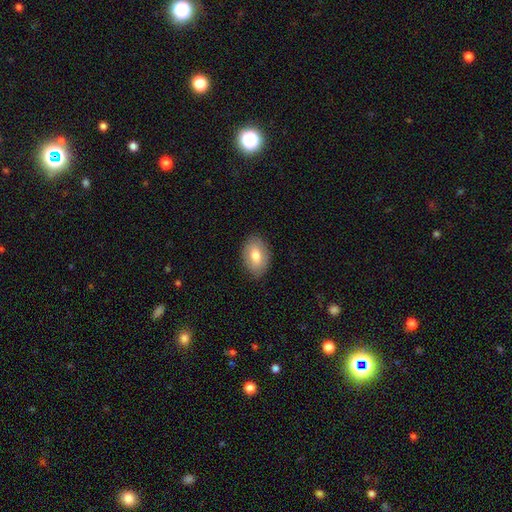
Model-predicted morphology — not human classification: smooth 76%, featured or disk 17%, star or artifact 7%. Down the decision tree: how rounded — in between (87%); merging — none (86%).